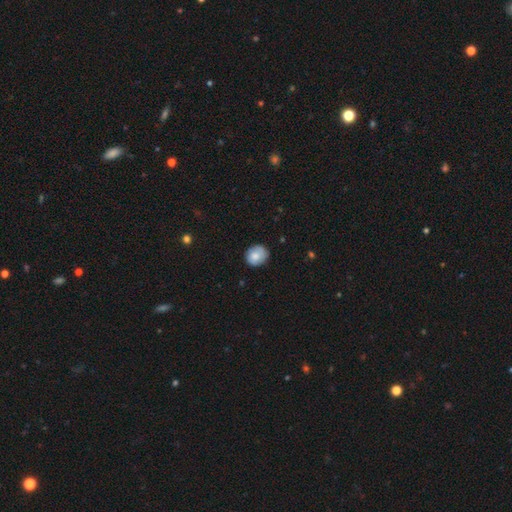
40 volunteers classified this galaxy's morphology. smooth_or_featured: smooth (p=0.82) [alt: featured or disk p=0.10]
how_rounded: in between (p=0.70) [alt: round p=0.30]
merging: none (p=0.68) [alt: minor disturbance p=0.30]